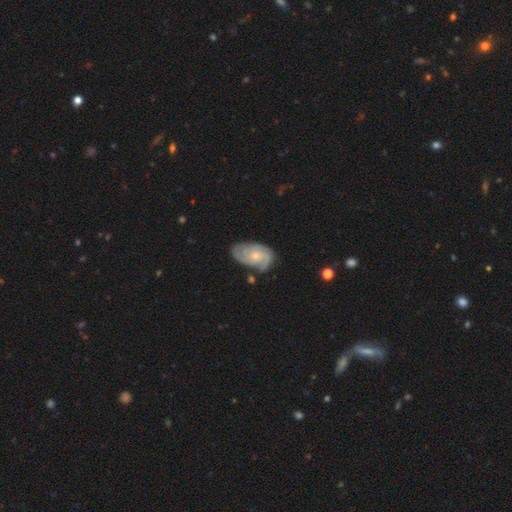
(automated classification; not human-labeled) A featured or disk galaxy (83%) with no bar (70%), 3 (42%) tight (57%) spiral arms (97%) and a small central bulge (57%).

Vote fractions:
- Smooth or featured? featured or disk: 83% / smooth: 12% / star or artifact: 5%
- Edge-on disk? no: 97% / yes: 3%
- Bar? no: 70% / weak: 26% / strong: 4%
- Spiral arms? yes: 97% / no: 3%
- Spiral winding? tight: 57% / medium: 35% / loose: 8%
- Spiral arm count? 3: 42% / 2: 26% / can't tell: 15% / 4: 9% / 1: 4% / more than 4: 4%
- Bulge size? small: 57% / moderate: 35% / none: 5% / large: 2% / dominant: 1%
- Merging? none: 69% / minor disturbance: 22% / major disturbance: 7% / merger: 3%